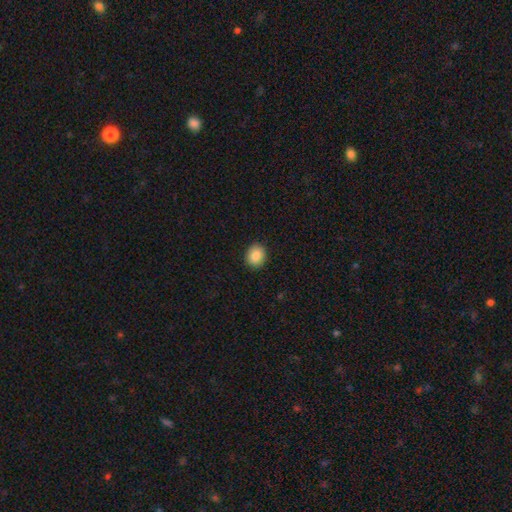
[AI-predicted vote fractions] A smooth galaxy with no disk features (87%) that is round (57%).

Vote fractions:
- Smooth or featured? smooth: 87% / star or artifact: 8% / featured or disk: 4%
- How rounded? round: 57% / in between: 42% / cigar-shaped: 1%
- Merging? none: 90% / minor disturbance: 7% / major disturbance: 2% / merger: 1%